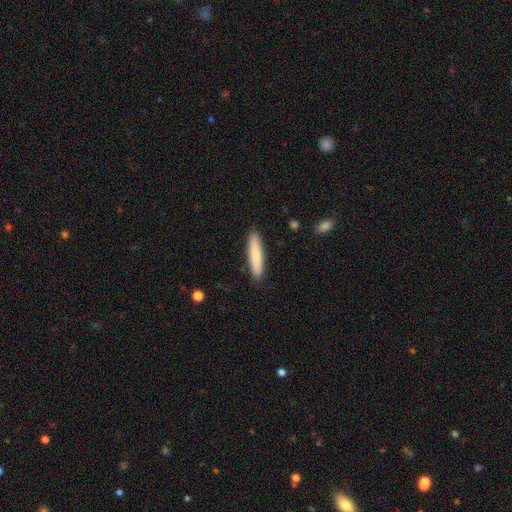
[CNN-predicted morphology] smooth 81%, featured or disk 13%, star or artifact 5%. Down the decision tree: how rounded — cigar-shaped (86%); merging — none (90%).